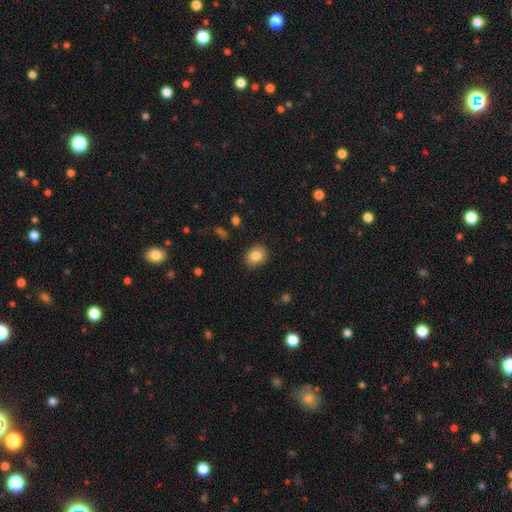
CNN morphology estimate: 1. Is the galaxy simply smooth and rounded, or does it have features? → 84% smooth, 9% star or artifact, 8% featured or disk.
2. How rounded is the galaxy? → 54% round, 45% in between, 1% cigar-shaped.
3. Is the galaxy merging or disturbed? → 88% none, 9% minor disturbance, 2% major disturbance, 1% merger.